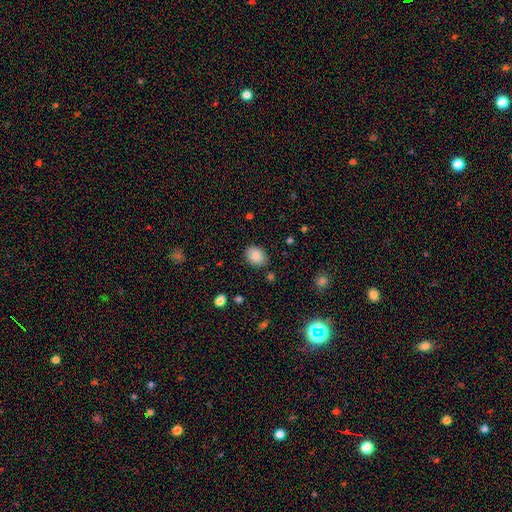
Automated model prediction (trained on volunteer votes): This appears to be a smooth galaxy with no disk features (87%) that is in between round and cigar-shaped (67%). Merging: none (83%).